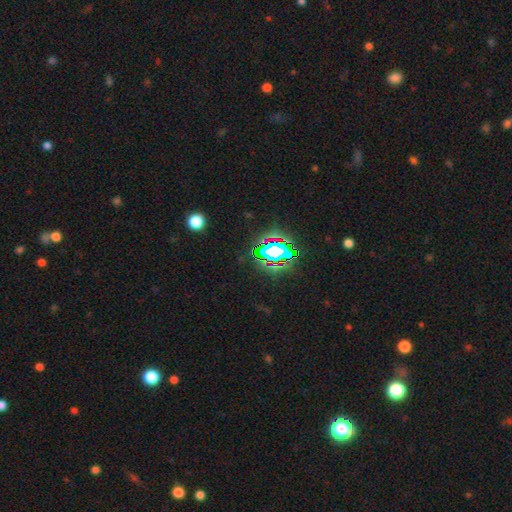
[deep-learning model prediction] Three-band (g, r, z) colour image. It shows a star or artifact, not a galaxy (78%).